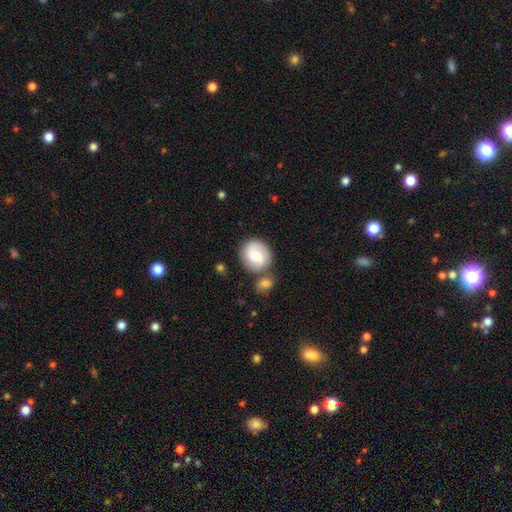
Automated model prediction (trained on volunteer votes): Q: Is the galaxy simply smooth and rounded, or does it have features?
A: smooth — 54%.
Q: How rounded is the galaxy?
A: round — 81%.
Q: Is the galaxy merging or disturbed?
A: none — 60%.